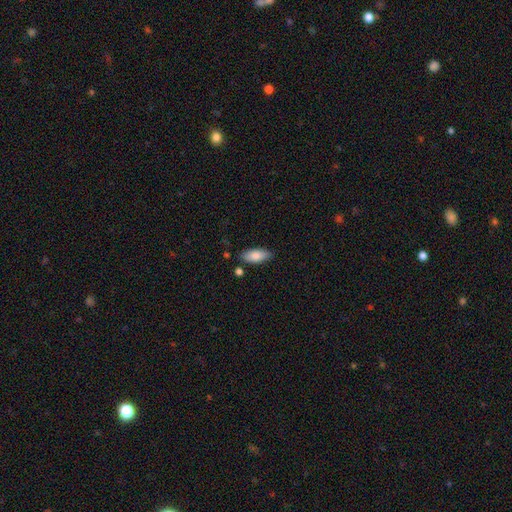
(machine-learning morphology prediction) smooth_or_featured: smooth (p=0.82) [alt: featured or disk p=0.12]
how_rounded: in between (p=0.83) [alt: cigar-shaped p=0.15]
merging: none (p=0.82) [alt: minor disturbance p=0.12]